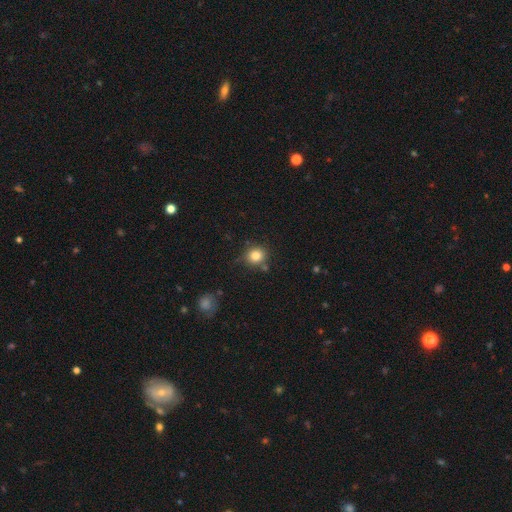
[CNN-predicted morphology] smooth_or_featured: smooth (p=0.81) [alt: star or artifact p=0.12]
how_rounded: round (p=0.85) [alt: in between p=0.14]
merging: none (p=0.78) [alt: minor disturbance p=0.12]